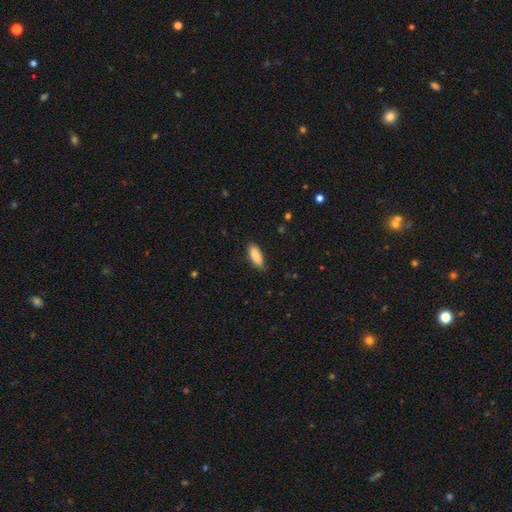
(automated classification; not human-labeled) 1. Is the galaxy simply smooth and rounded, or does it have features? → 89% smooth, 6% star or artifact, 5% featured or disk.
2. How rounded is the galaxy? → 81% in between, 18% cigar-shaped, 2% round.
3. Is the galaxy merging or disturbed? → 82% none, 14% minor disturbance, 2% major disturbance, 1% merger.